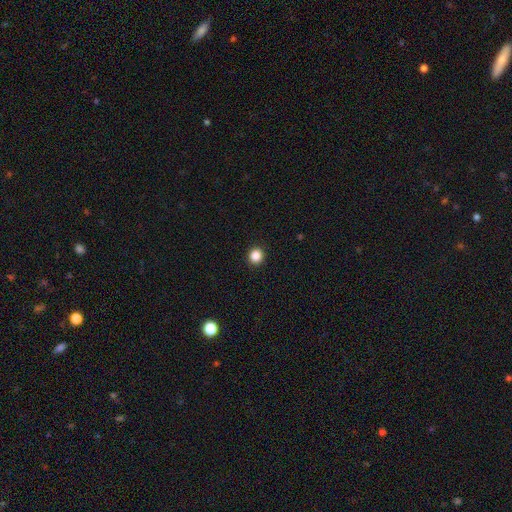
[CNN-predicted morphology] Smooth or featured? smooth (86%)
How rounded? round (91%)
Merging? none (93%)